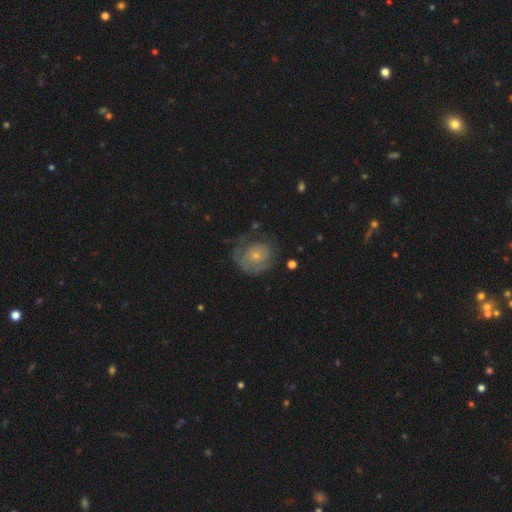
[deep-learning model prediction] Overall: featured or disk (60%; smooth 33%). Edge-on disk: no (97%). Bar: no (85%). Spiral arms: yes (71%). Bulge size: small (71%). Merging: none (53%; minor disturbance 24%).